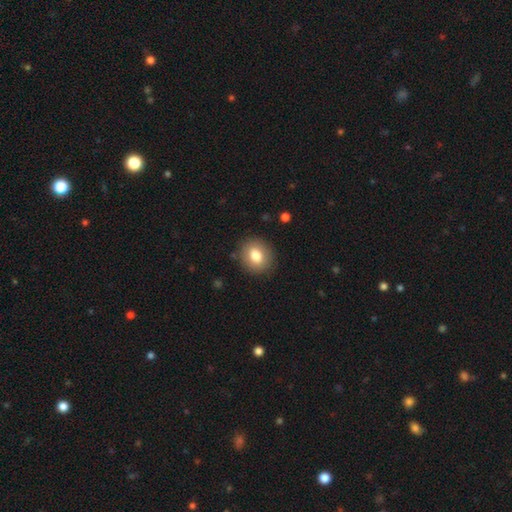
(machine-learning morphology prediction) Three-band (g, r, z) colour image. It shows a smooth galaxy with no disk features (79%) that is round (75%). Merging: none (88%).